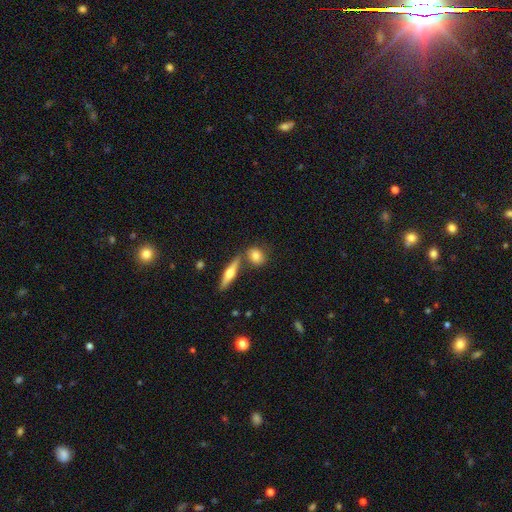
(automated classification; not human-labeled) smooth-or-featured: smooth: 73% | featured or disk: 19% | star or artifact: 8%
  how-rounded: round: 56% | in between: 35% | cigar-shaped: 9%
  merging: none: 64% | merger: 20% | minor disturbance: 12% | major disturbance: 4%